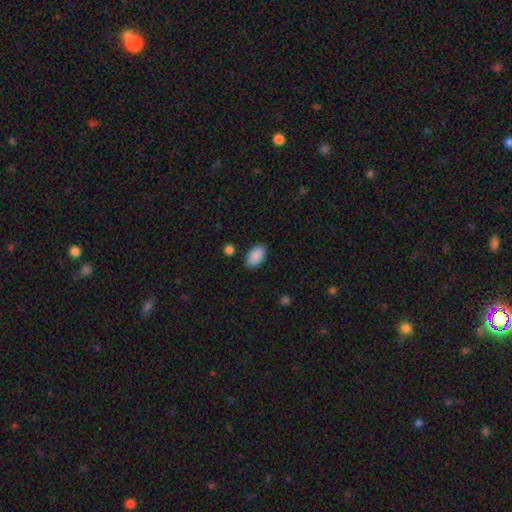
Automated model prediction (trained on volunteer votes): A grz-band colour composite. It shows a smooth galaxy with no disk features (90%) that is in between round and cigar-shaped (95%). Merging: none (87%).